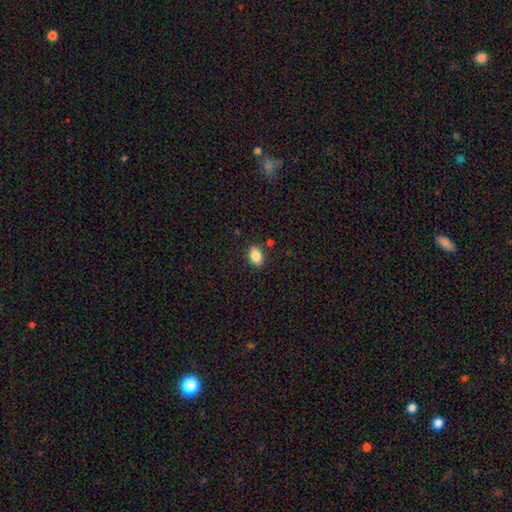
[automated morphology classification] smooth_or_featured: smooth (p=0.85) [alt: star or artifact p=0.09]
how_rounded: in between (p=0.83) [alt: round p=0.15]
merging: none (p=0.84) [alt: minor disturbance p=0.11]